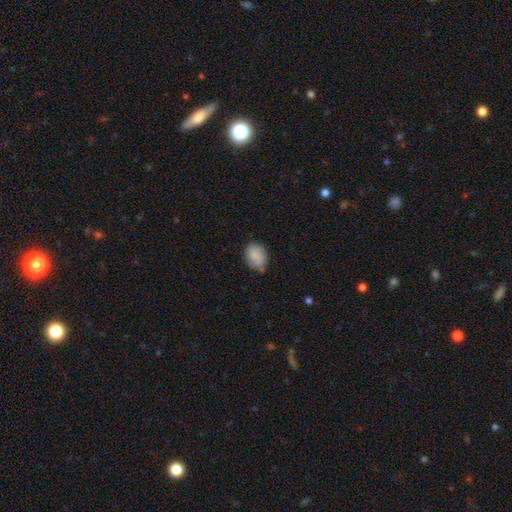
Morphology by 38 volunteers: smooth_or_featured: smooth (p=0.89) [alt: featured or disk p=0.05]
how_rounded: in between (p=0.76) [alt: round p=0.24]
merging: none (p=0.56) [alt: minor disturbance p=0.33]